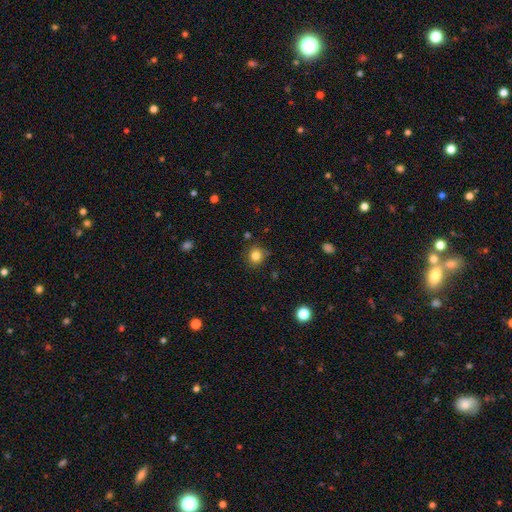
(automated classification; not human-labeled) Smooth or featured: smooth — 82% (star or artifact — 12%)
How rounded: round — 87% (in between — 12%)
Merging: none — 80% (minor disturbance — 14%)